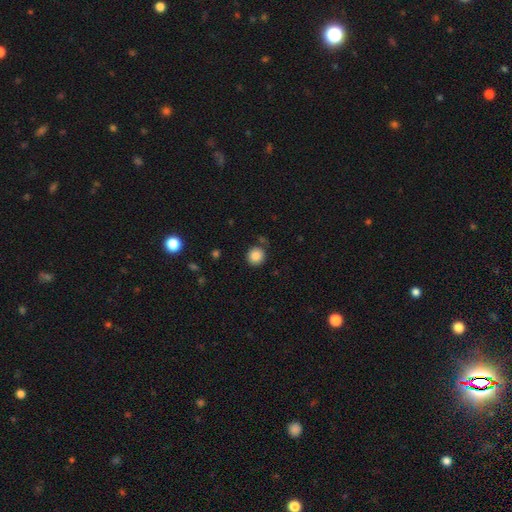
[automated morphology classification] A smooth galaxy with no disk features (86%) that is round (91%).

Vote fractions:
- Smooth or featured? smooth: 86% / star or artifact: 9% / featured or disk: 4%
- How rounded? round: 91% / in between: 8% / cigar-shaped: 1%
- Merging? none: 83% / minor disturbance: 10% / merger: 4% / major disturbance: 3%